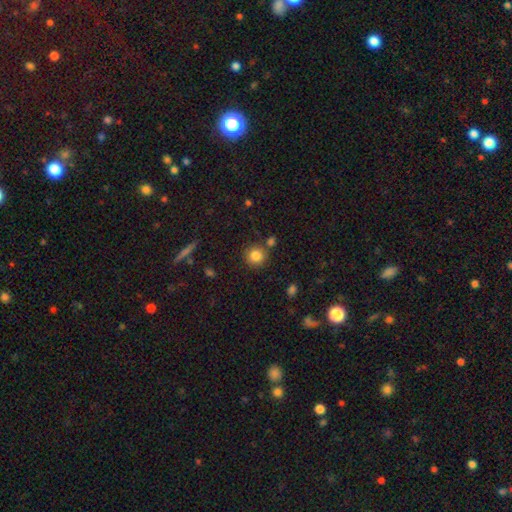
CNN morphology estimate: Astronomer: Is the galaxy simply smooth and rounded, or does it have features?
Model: smooth — 82%.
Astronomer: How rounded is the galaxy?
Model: round — 92%.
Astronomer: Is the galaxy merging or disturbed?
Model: none — 79%.